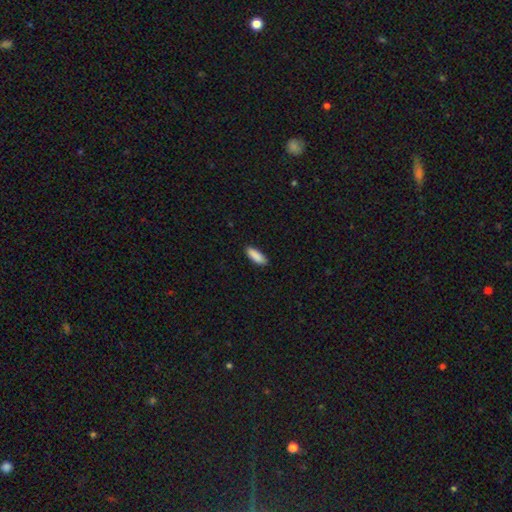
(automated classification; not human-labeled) smooth 90%, star or artifact 6%, featured or disk 4%. Down the decision tree: how rounded — in between (65%); merging — none (89%).